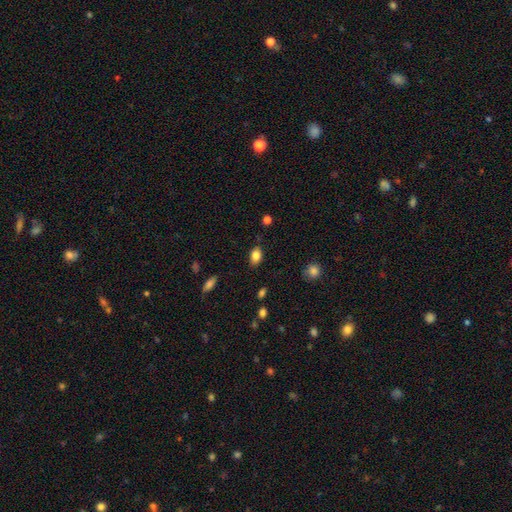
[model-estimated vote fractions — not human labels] Smooth or featured?
  - smooth: 84% *
  - star or artifact: 9%
  - featured or disk: 7%
How rounded?
  - in between: 83% *
  - round: 15%
  - cigar-shaped: 2%
Merging?
  - none: 83% *
  - minor disturbance: 13%
  - major disturbance: 3%
  - merger: 2%